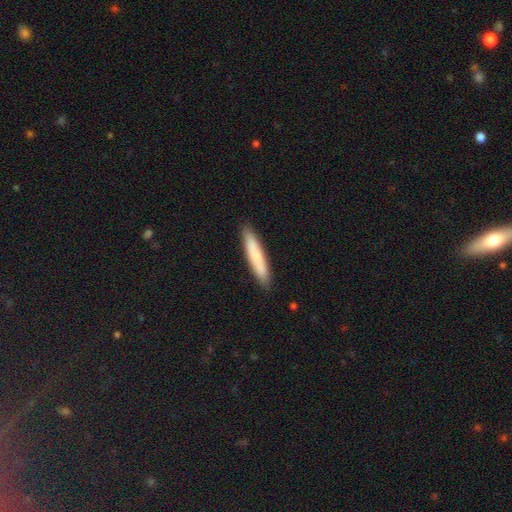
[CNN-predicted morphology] Smooth or featured?
  - smooth: 78% *
  - featured or disk: 16%
  - star or artifact: 6%
How rounded?
  - cigar-shaped: 92% *
  - in between: 7%
  - round: 1%
Merging?
  - none: 90% *
  - minor disturbance: 7%
  - major disturbance: 1%
  - merger: 1%